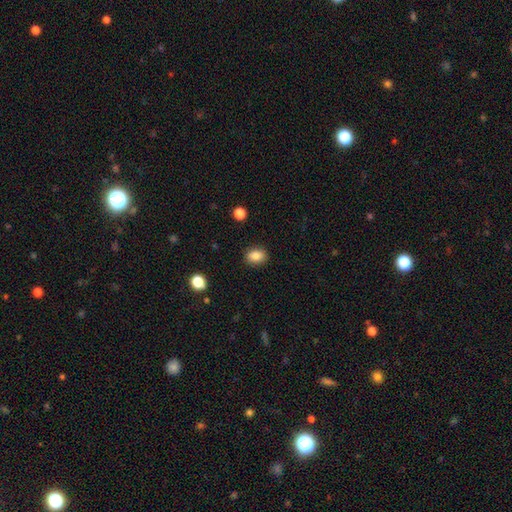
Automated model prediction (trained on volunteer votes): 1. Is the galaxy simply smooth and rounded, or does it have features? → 86% smooth, 9% star or artifact, 4% featured or disk.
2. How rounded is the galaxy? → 72% in between, 27% round, 1% cigar-shaped.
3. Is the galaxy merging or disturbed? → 88% none, 9% minor disturbance, 2% major disturbance, 1% merger.